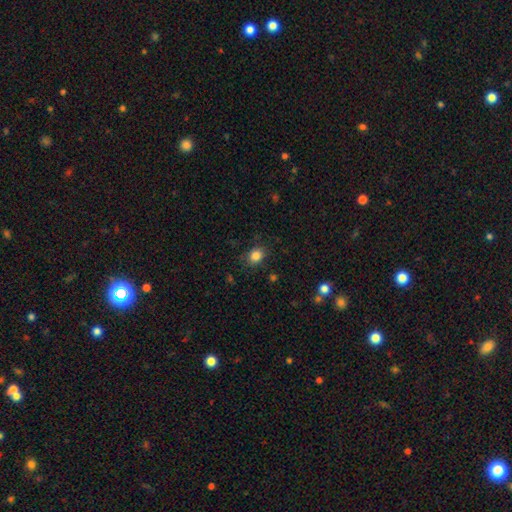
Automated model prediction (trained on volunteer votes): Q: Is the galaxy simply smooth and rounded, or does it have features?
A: smooth — 84%.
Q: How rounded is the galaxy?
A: round — 53%.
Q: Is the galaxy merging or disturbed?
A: none — 82%.